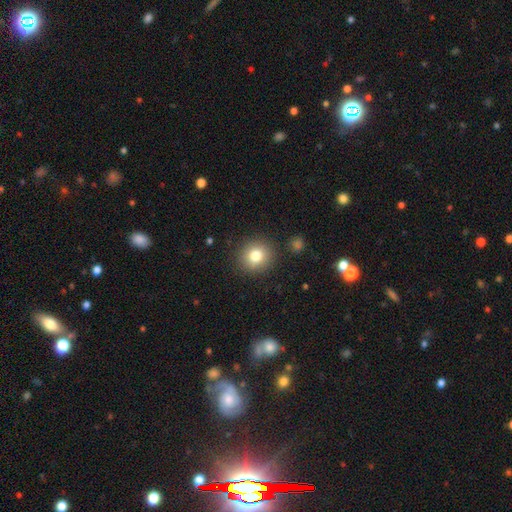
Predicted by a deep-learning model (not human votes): This is likely a smooth galaxy (80%). How rounded: clearly round (86%). Merging: clearly none (88%).